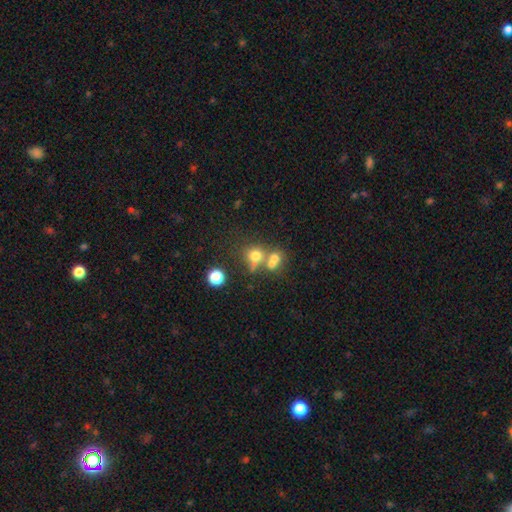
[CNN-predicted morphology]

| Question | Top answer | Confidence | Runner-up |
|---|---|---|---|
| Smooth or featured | smooth | 66% | star or artifact (17%) |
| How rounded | round | 77% | in between (22%) |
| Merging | merger | 49% | none (37%) |